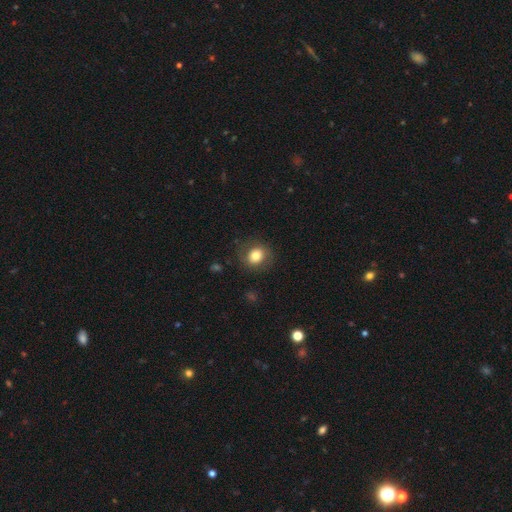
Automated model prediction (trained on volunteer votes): This appears to be a smooth galaxy with no disk features (78%) that is round (73%). Merging: none (82%).